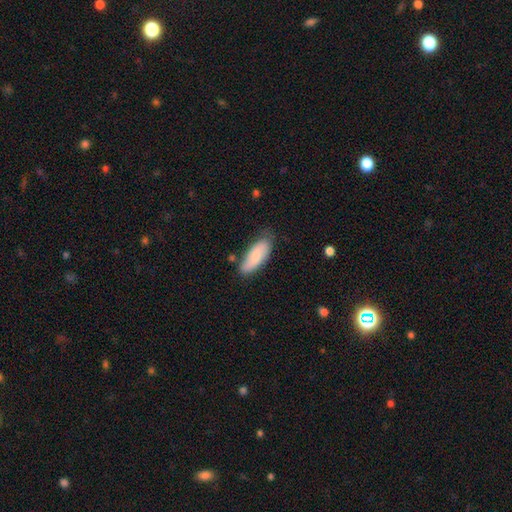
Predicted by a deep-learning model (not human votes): smooth 78%, featured or disk 16%, star or artifact 6%. Down the decision tree: how rounded — in between (76%); merging — none (67%).